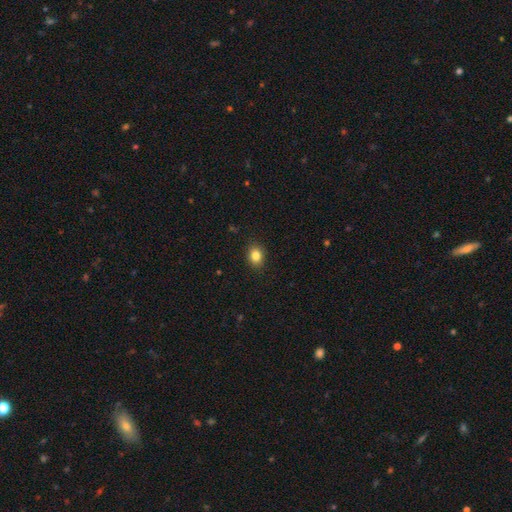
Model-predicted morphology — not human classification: type=smooth (83%); roundness=in between (55%); merging=none (88%).